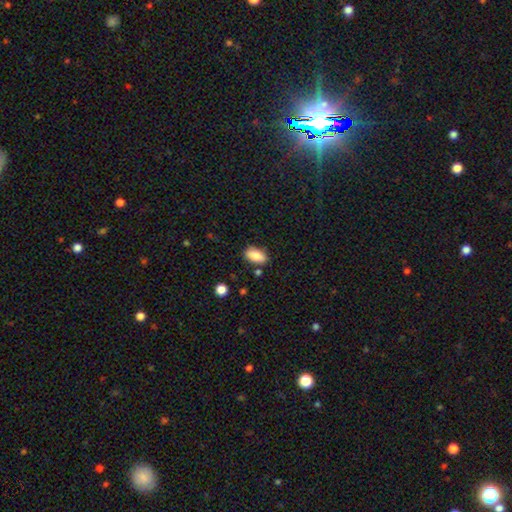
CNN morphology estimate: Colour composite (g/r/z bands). It shows a smooth galaxy with no disk features (85%) that is in between round and cigar-shaped (91%). Merging: none (80%).